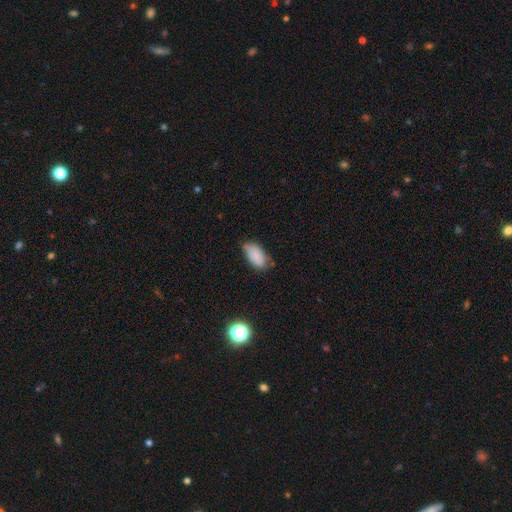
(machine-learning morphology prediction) A smooth galaxy with no disk features (85%) that is in between round and cigar-shaped (93%).

Vote fractions:
- Smooth or featured? smooth: 85% / star or artifact: 8% / featured or disk: 7%
- How rounded? in between: 93% / round: 4% / cigar-shaped: 3%
- Merging? none: 59% / minor disturbance: 32% / major disturbance: 6% / merger: 2%